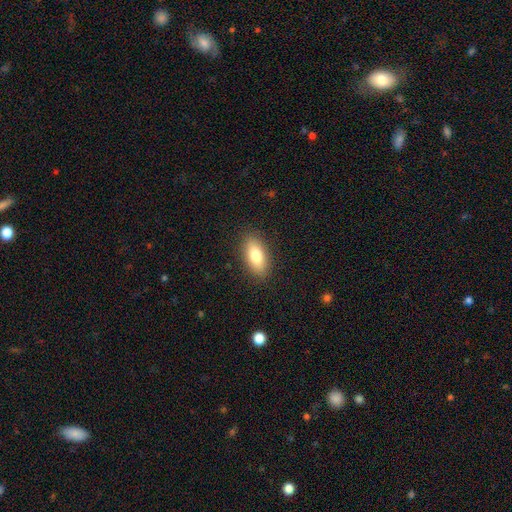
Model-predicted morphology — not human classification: Q: Smooth or featured?
A: smooth (79%); runner-up: featured or disk (14%)
Q: How rounded?
A: in between (86%); runner-up: cigar-shaped (11%)
Q: Merging?
A: none (88%); runner-up: minor disturbance (9%)